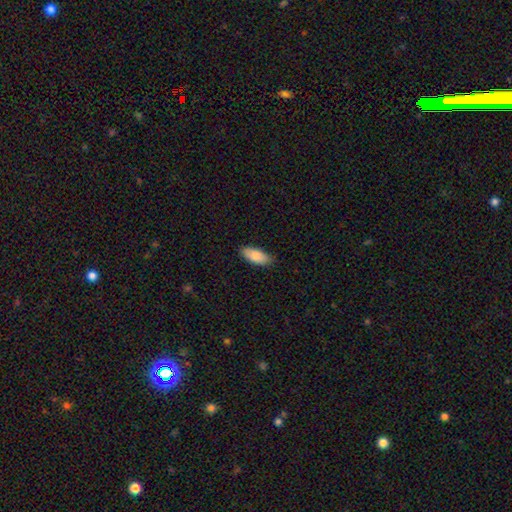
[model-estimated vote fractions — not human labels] smooth 86%, featured or disk 8%, star or artifact 6%. Down the decision tree: how rounded — in between (85%); merging — none (84%).